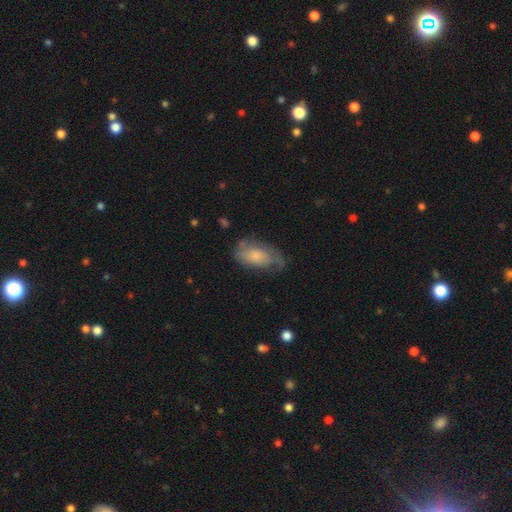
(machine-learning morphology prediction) A smooth galaxy with no disk features (57%) that is in between round and cigar-shaped (91%). Merging: none (50%).